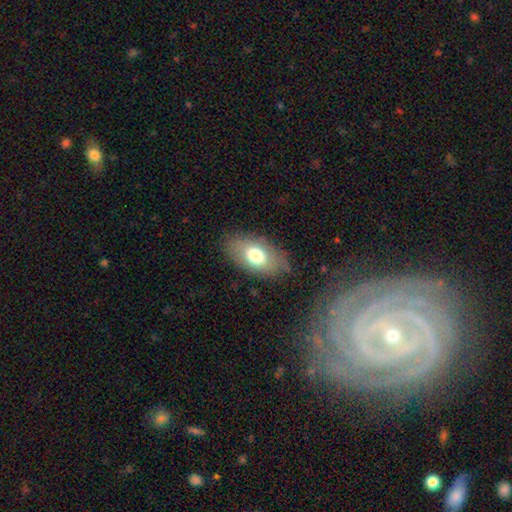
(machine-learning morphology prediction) smooth_or_featured: smooth (p=0.72) [alt: featured or disk p=0.20]
how_rounded: in between (p=0.91) [alt: round p=0.06]
merging: none (p=0.77) [alt: minor disturbance p=0.17]